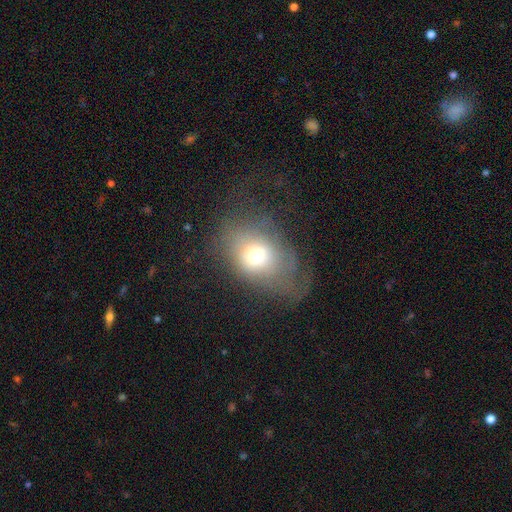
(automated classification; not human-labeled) This is likely a smooth galaxy (64%). How rounded: likely in between (63%). Merging: marginally none (38%).